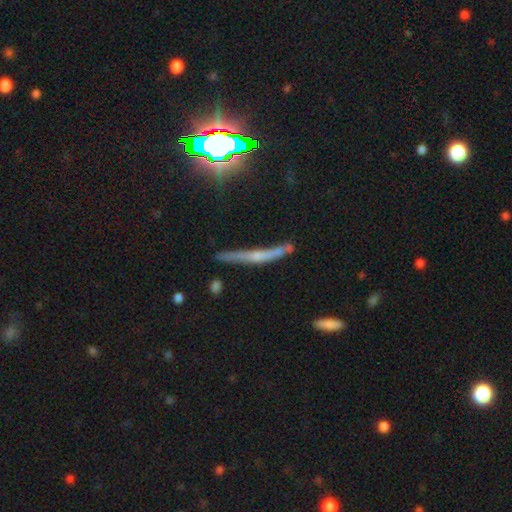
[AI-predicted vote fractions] Smooth or featured?
  - featured or disk: 53% *
  - smooth: 32%
  - star or artifact: 15%
Edge-on disk?
  - yes: 87% *
  - no: 13%
Merging?
  - none: 59% *
  - minor disturbance: 25%
  - major disturbance: 10%
  - merger: 6%